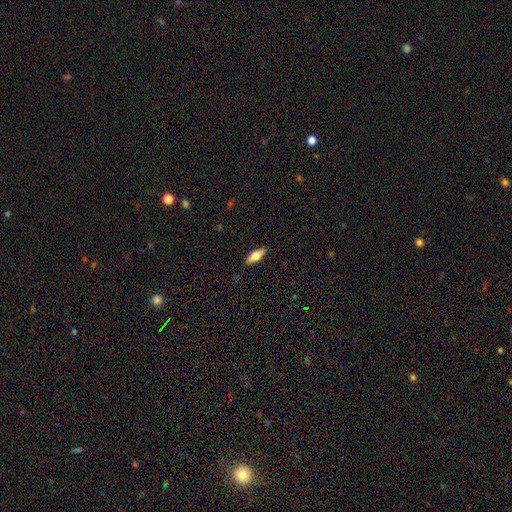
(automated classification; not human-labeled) Smooth or featured? Predicted: smooth (p=0.71). How rounded? Predicted: in between (p=0.71). Merging? Predicted: none (p=0.88).